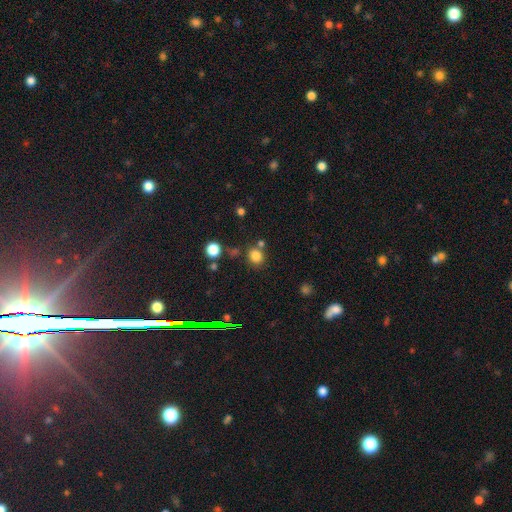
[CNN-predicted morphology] Smooth or featured? Predicted: smooth (p=0.80). How rounded? Predicted: round (p=0.80). Merging? Predicted: none (p=0.73).